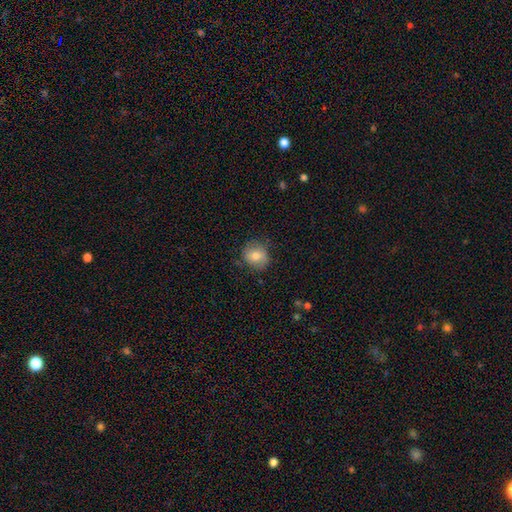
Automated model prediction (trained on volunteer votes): Morphology: type=smooth (72%); roundness=round (77%); merging=none (75%).